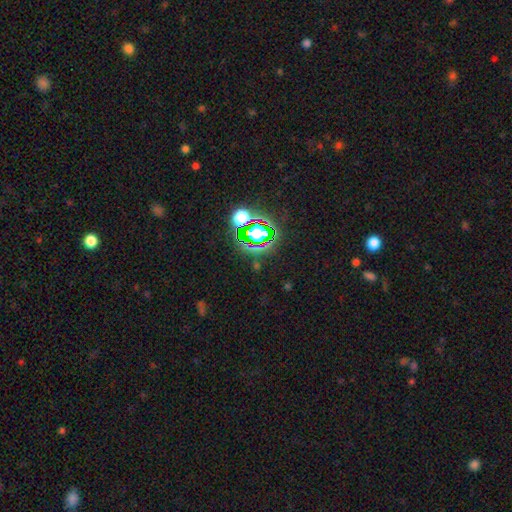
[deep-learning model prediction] The model was most divided on "smooth or featured": star or artifact: 79%, smooth: 13%, featured or disk: 8%.